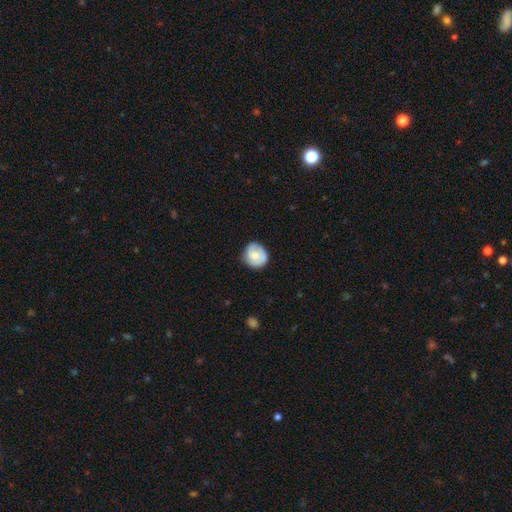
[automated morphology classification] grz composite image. It shows a smooth galaxy with no disk features (61%) that is round (80%). Merging: none (71%).